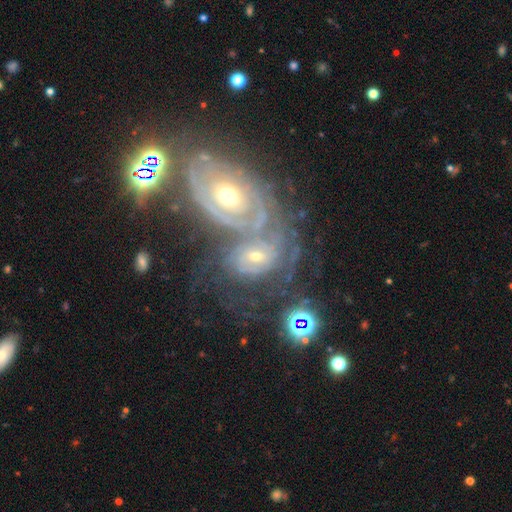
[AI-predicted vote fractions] Smooth or featured? Predicted: featured or disk (p=0.78). Edge-on disk? Predicted: no (p=0.95). Bar? Predicted: no (p=0.70). Spiral arms? Predicted: yes (p=0.85). Spiral winding? Predicted: tight (p=0.67). Spiral arm count? Predicted: can't tell (p=0.47). Bulge size? Predicted: moderate (p=0.49). Merging? Predicted: merger (p=0.62).